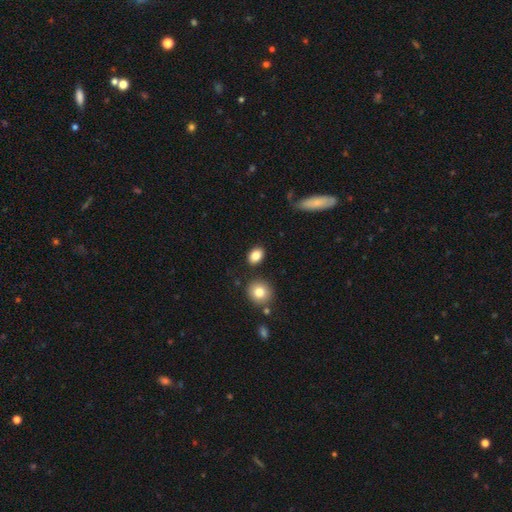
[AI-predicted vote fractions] Overall: smooth (85%). How rounded: in between (70%). Merging: none (85%).